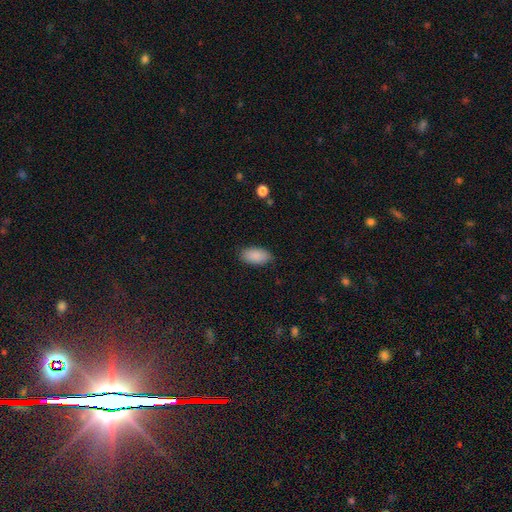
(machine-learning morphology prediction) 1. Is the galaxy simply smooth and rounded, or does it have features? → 89% smooth, 7% star or artifact, 4% featured or disk.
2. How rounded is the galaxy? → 94% in between, 3% round, 3% cigar-shaped.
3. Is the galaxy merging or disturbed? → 85% none, 11% minor disturbance, 3% major disturbance, 1% merger.